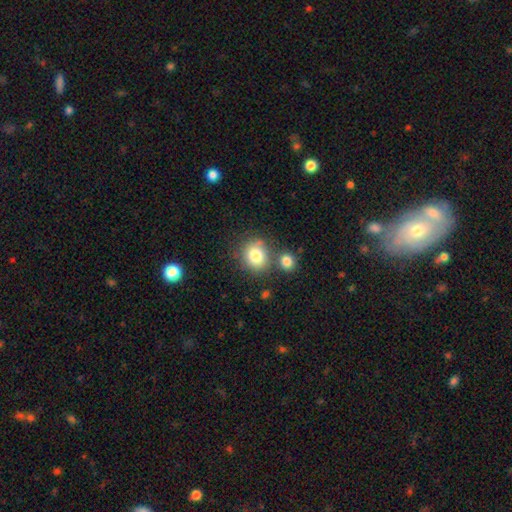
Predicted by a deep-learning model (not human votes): Q: Smooth or featured?
A: smooth (80%); runner-up: star or artifact (10%)
Q: How rounded?
A: round (76%); runner-up: in between (23%)
Q: Merging?
A: none (64%); runner-up: merger (20%)